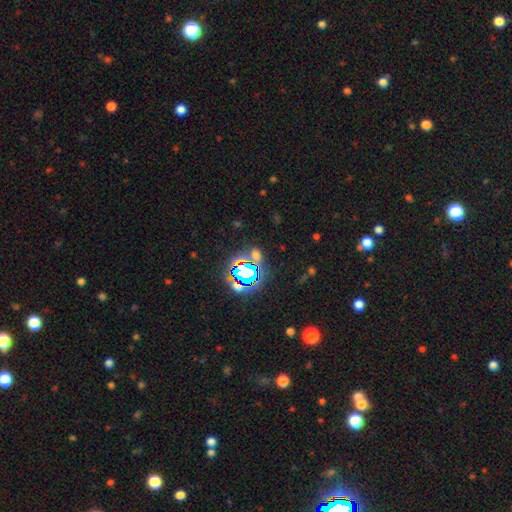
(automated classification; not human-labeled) star or artifact 58%, smooth 32%, featured or disk 10%.